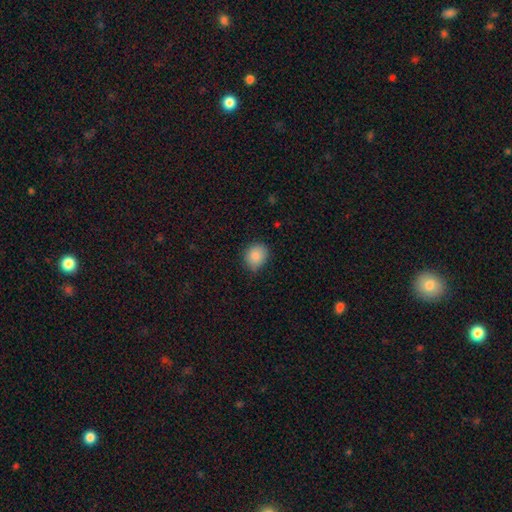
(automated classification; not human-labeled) This appears to be a smooth galaxy with no disk features (88%) that is round (64%). Merging: none (77%).